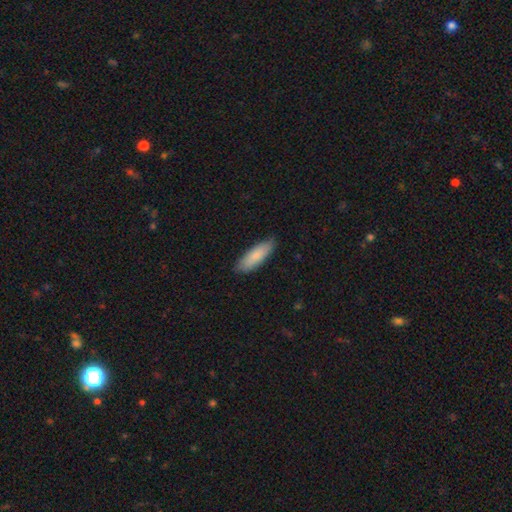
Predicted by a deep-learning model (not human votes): A smooth galaxy with no disk features (83%) that is in between round and cigar-shaped (57%).

Vote fractions:
- Smooth or featured? smooth: 83% / featured or disk: 11% / star or artifact: 5%
- How rounded? in between: 57% / cigar-shaped: 41% / round: 2%
- Merging? none: 84% / minor disturbance: 13% / major disturbance: 2% / merger: 1%